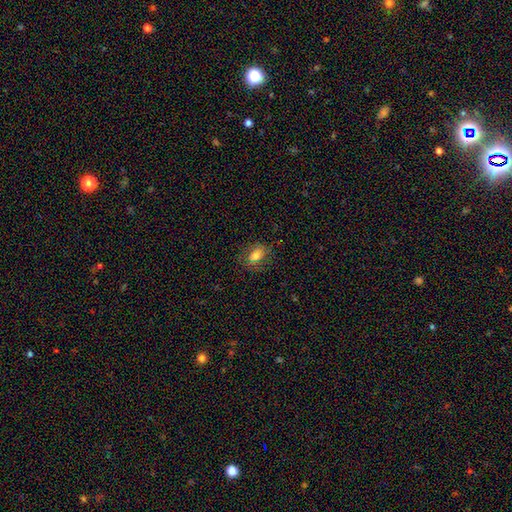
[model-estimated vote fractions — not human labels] The model was most divided on "how rounded": in between: 76%, round: 22%, cigar-shaped: 3%. More confident: smooth or featured — smooth (74%); merging — none (74%).